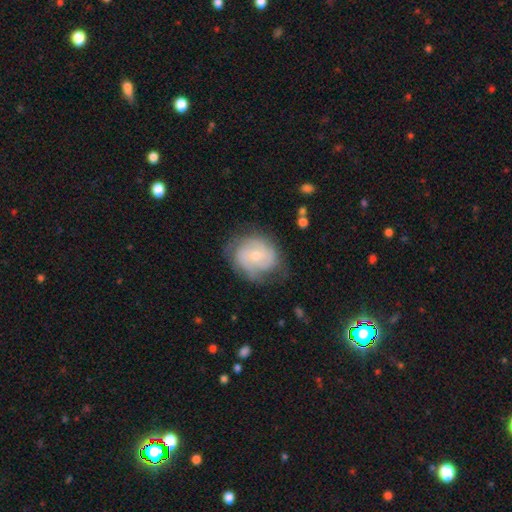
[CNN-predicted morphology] The model was most divided on "spiral arm count": 2: 36%, can't tell: 29%, 3: 21%, 4: 6%, 1: 4%, more than 4: 4%. More confident: edge-on disk — no (98%); spiral arms — yes (90%); smooth or featured — featured or disk (72%); bar — no (69%); merging — none (69%); bulge size — small (59%); spiral winding — tight (55%).